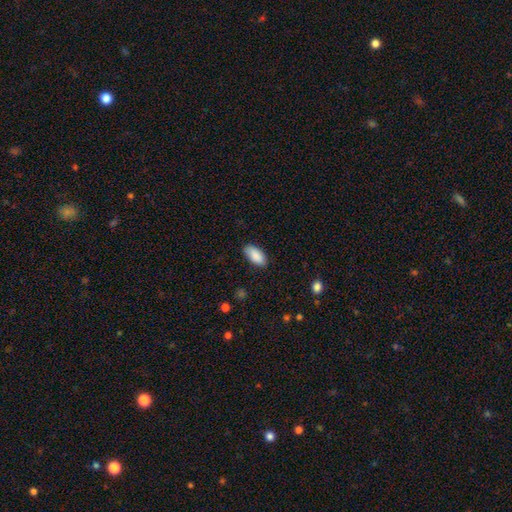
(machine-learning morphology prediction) A smooth galaxy with no disk features (89%) that is in between round and cigar-shaped (93%). Merging: none (83%).